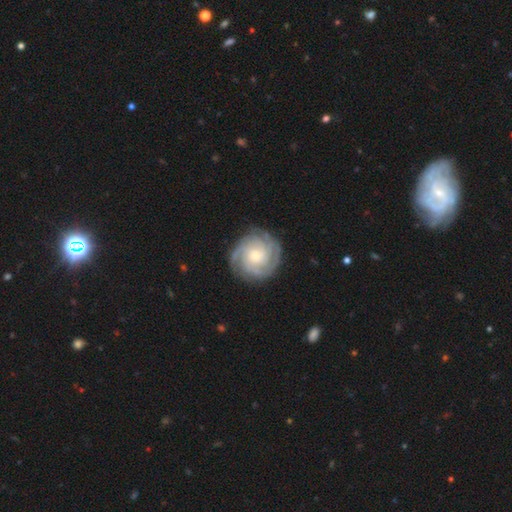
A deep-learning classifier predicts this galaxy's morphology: Smooth or featured?
  - featured or disk: 82% *
  - smooth: 12%
  - star or artifact: 6%
Edge-on disk?
  - no: 98% *
  - yes: 2%
Bar?
  - no: 74% *
  - weak: 22%
  - strong: 4%
Spiral arms?
  - yes: 96% *
  - no: 4%
Spiral winding?
  - tight: 72% *
  - medium: 23%
  - loose: 5%
Spiral arm count?
  - can't tell: 27% *
  - 3: 24%
  - 4: 22%
  - 2: 11%
  - more than 4: 9%
  - 1: 7%
Bulge size?
  - small: 52% *
  - moderate: 39%
  - large: 5%
  - none: 2%
  - dominant: 1%
Merging?
  - none: 83% *
  - minor disturbance: 12%
  - major disturbance: 4%
  - merger: 1%